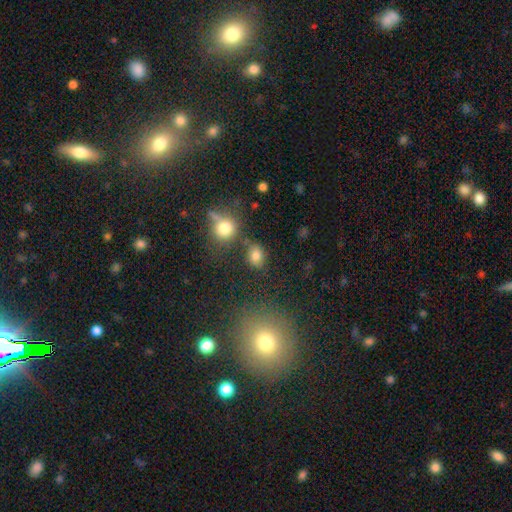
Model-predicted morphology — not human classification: This appears to be a smooth galaxy with no disk features (77%) that is in between round and cigar-shaped (56%). Merging: none (71%).